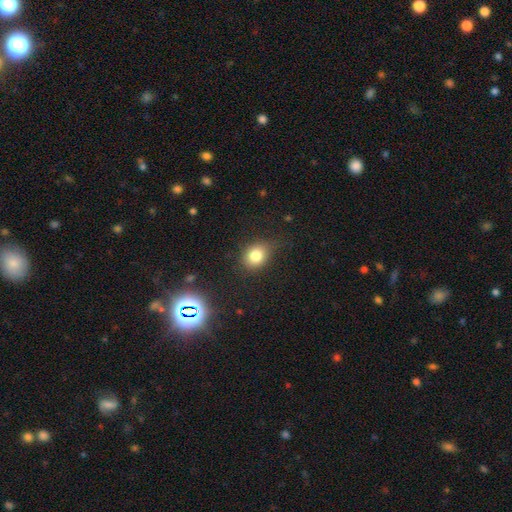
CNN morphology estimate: The model was most divided on "how rounded": round: 53%, in between: 45%, cigar-shaped: 1%. More confident: smooth or featured — smooth (79%); merging — none (74%).